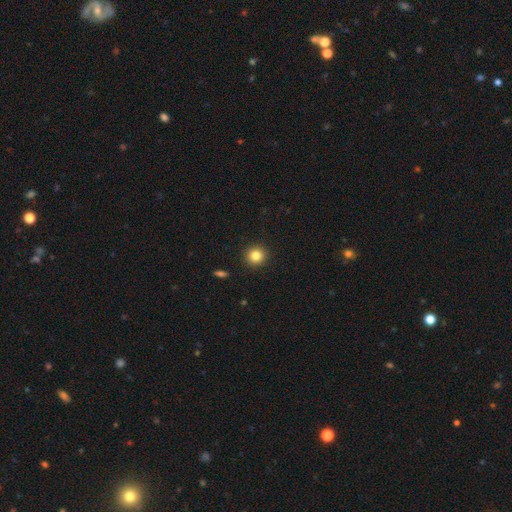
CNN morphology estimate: smooth 83%, star or artifact 11%, featured or disk 6%. Down the decision tree: how rounded — round (94%); merging — none (93%).